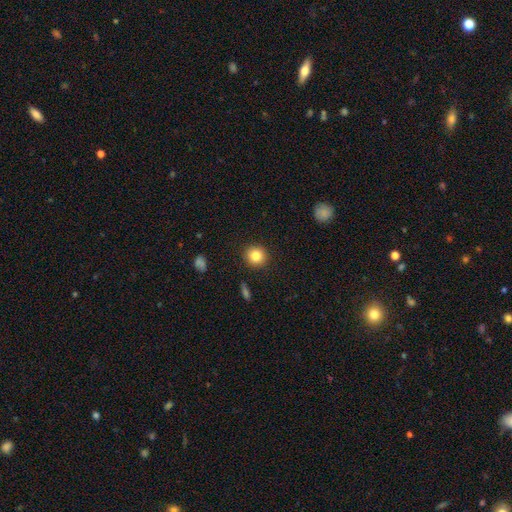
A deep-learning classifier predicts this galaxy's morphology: smooth-or-featured: smooth: 83% | star or artifact: 10% | featured or disk: 7%
  how-rounded: round: 92% | in between: 7% | cigar-shaped: 1%
  merging: none: 91% | minor disturbance: 6% | major disturbance: 2% | merger: 1%